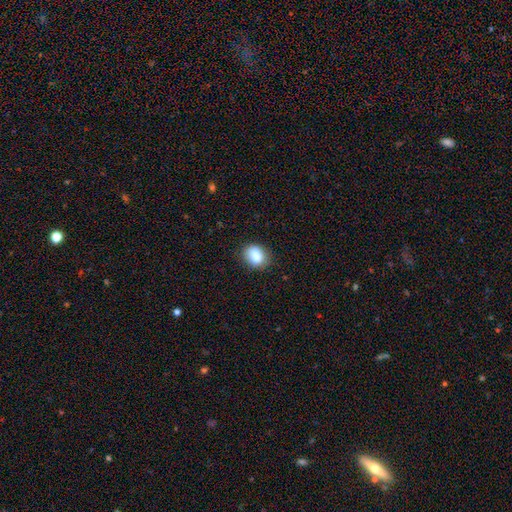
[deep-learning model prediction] Overall: smooth (84%). How rounded: in between (60%; round 39%). Merging: none (84%).